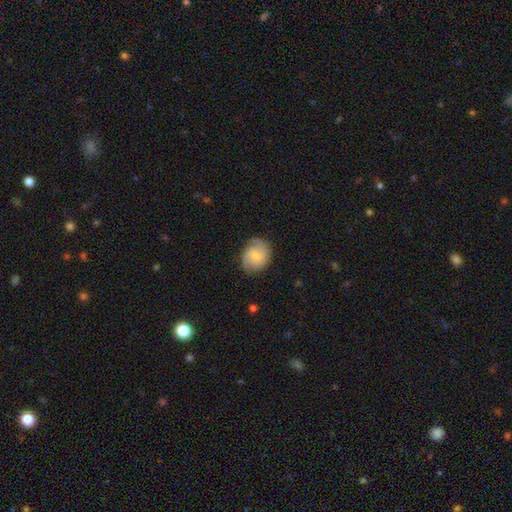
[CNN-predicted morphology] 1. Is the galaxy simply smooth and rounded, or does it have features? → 71% featured or disk, 23% smooth, 6% star or artifact.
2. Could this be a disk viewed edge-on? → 98% no, 2% yes.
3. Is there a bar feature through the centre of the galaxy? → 52% no, 42% weak, 6% strong.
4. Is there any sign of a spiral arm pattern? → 94% yes, 6% no.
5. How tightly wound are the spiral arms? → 51% tight, 39% medium, 11% loose.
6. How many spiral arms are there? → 58% 2, 16% can't tell, 16% 3, 4% 1, 3% 4, 3% more than 4.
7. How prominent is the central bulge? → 54% small, 36% moderate, 6% none, 2% large, 1% dominant.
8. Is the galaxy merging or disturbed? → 75% none, 19% minor disturbance, 6% major disturbance, 1% merger.